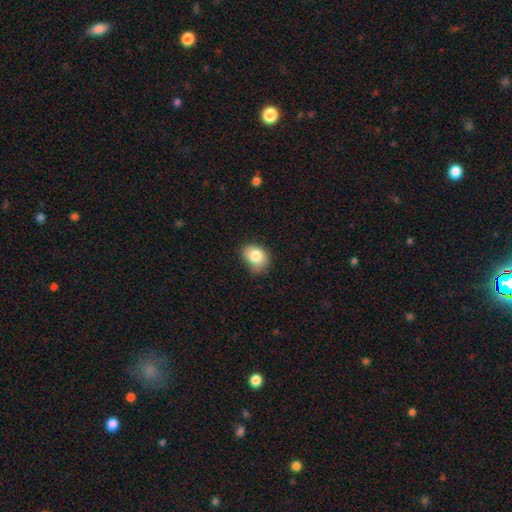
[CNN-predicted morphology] Q: Smooth or featured?
A: smooth (82%); runner-up: star or artifact (9%)
Q: How rounded?
A: in between (58%); runner-up: round (41%)
Q: Merging?
A: none (59%); runner-up: minor disturbance (32%)